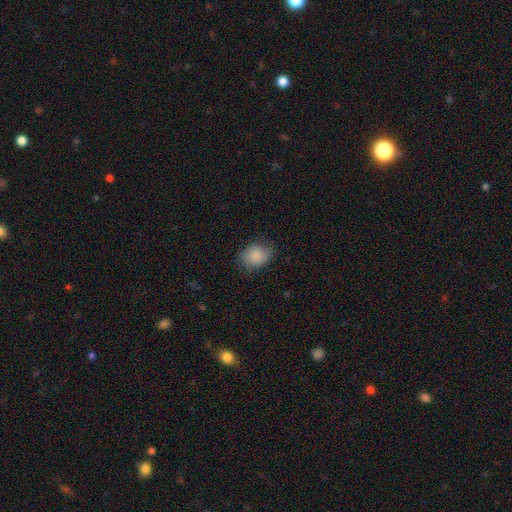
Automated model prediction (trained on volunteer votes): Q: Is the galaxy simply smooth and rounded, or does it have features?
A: smooth — 85%.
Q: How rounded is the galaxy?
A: round — 53%.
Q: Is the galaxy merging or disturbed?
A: none — 74%.